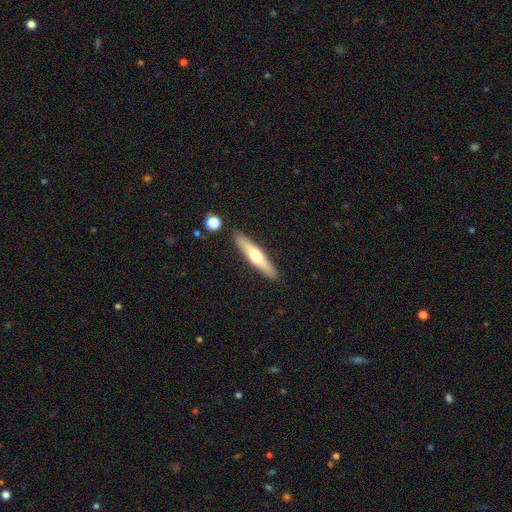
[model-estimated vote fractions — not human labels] smooth-or-featured: featured or disk: 49% | smooth: 46% | star or artifact: 6%
  merging: none: 87% | minor disturbance: 8% | merger: 3% | major disturbance: 2%